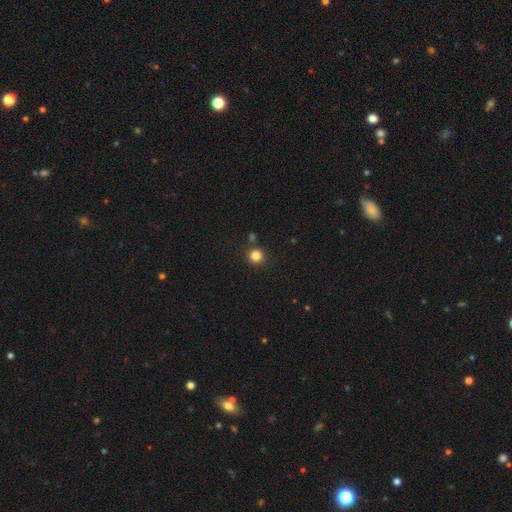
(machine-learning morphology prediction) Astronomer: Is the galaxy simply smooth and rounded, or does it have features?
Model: smooth — 83%.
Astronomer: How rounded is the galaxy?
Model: round — 94%.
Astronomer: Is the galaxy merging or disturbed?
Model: none — 86%.